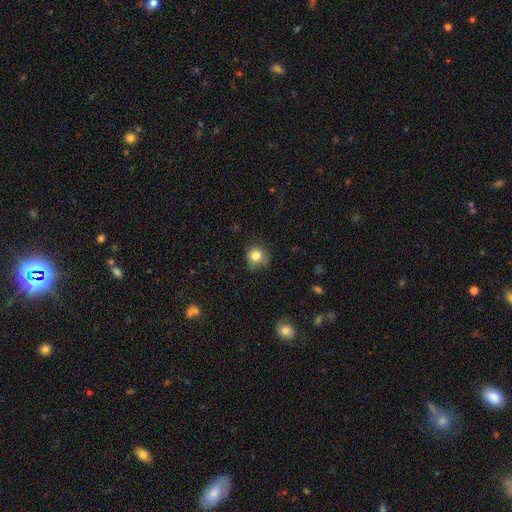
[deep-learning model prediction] A smooth galaxy with no disk features (83%) that is round (89%).

Vote fractions:
- Smooth or featured? smooth: 83% / star or artifact: 11% / featured or disk: 6%
- How rounded? round: 89% / in between: 10% / cigar-shaped: 1%
- Merging? none: 76% / minor disturbance: 19% / major disturbance: 4% / merger: 1%